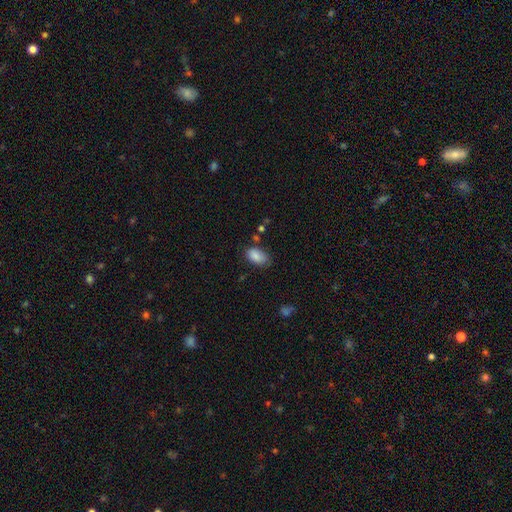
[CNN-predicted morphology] Q: Smooth or featured?
A: smooth (86%); runner-up: star or artifact (7%)
Q: How rounded?
A: in between (93%); runner-up: round (5%)
Q: Merging?
A: none (66%); runner-up: minor disturbance (25%)